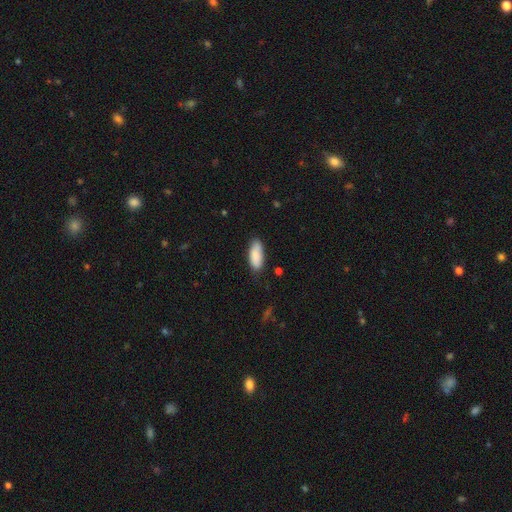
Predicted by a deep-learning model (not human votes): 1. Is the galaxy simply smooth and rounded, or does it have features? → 88% smooth, 6% featured or disk, 6% star or artifact.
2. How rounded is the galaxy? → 80% in between, 18% cigar-shaped, 2% round.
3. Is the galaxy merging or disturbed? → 79% none, 17% minor disturbance, 3% major disturbance, 2% merger.